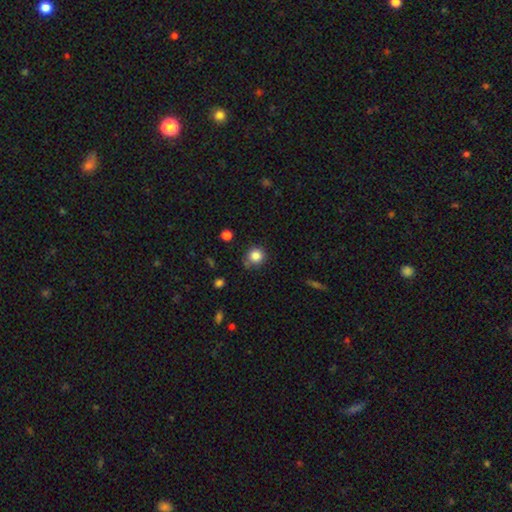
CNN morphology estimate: smooth_or_featured: smooth (p=0.84) [alt: star or artifact p=0.11]
how_rounded: round (p=0.92) [alt: in between p=0.07]
merging: none (p=0.77) [alt: minor disturbance p=0.15]